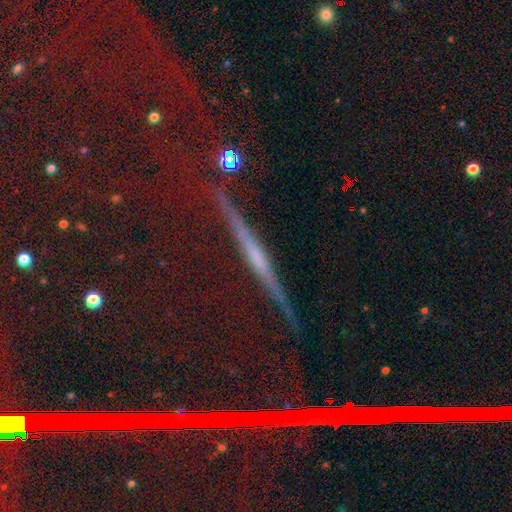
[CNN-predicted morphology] Smooth or featured? featured or disk (54%)
Edge-on disk? yes (94%)
Edge-on bulge? rounded (46%)
Merging? none (87%)